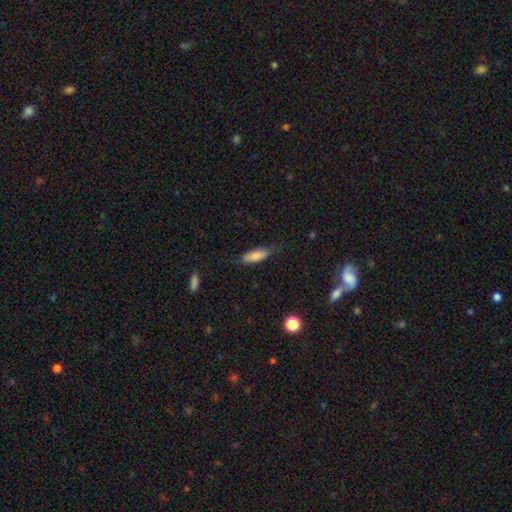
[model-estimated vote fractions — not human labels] This is clearly a smooth galaxy (81%). How rounded: likely in between (64%). Merging: likely none (67%).